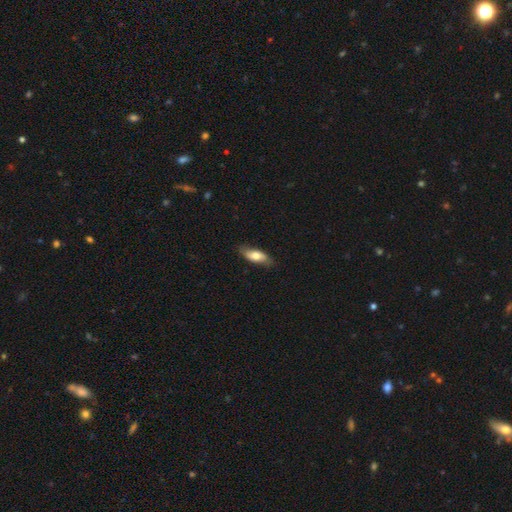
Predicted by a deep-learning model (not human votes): This is likely a smooth galaxy (68%). How rounded: likely in between (75%). Merging: likely none (78%).